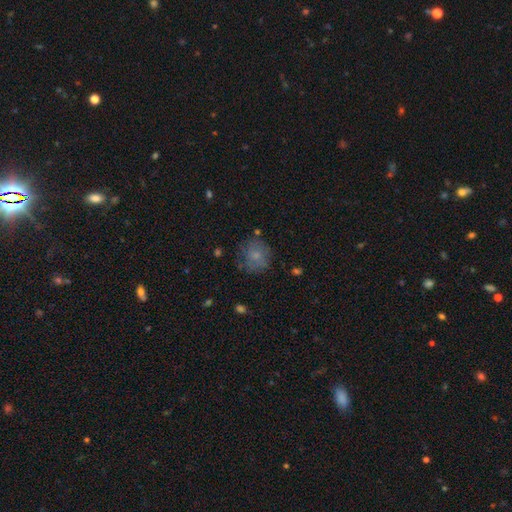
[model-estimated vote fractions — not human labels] smooth 70%, featured or disk 21%, star or artifact 10%. Down the decision tree: how rounded — round (83%); merging — none (65%).